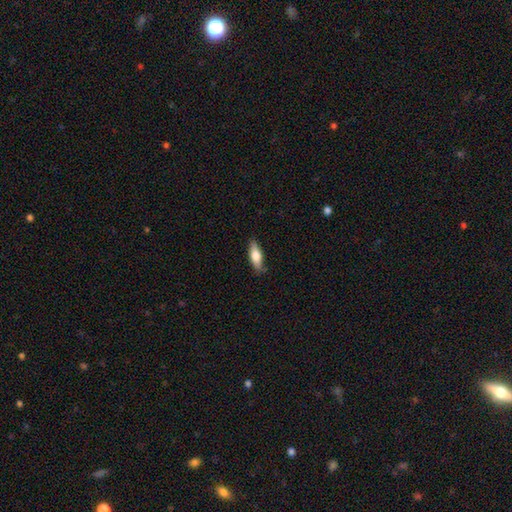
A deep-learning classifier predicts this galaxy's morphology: Smooth or featured: smooth — 68% (featured or disk — 26%)
How rounded: in between — 60% (cigar-shaped — 37%)
Merging: none — 82% (minor disturbance — 15%)